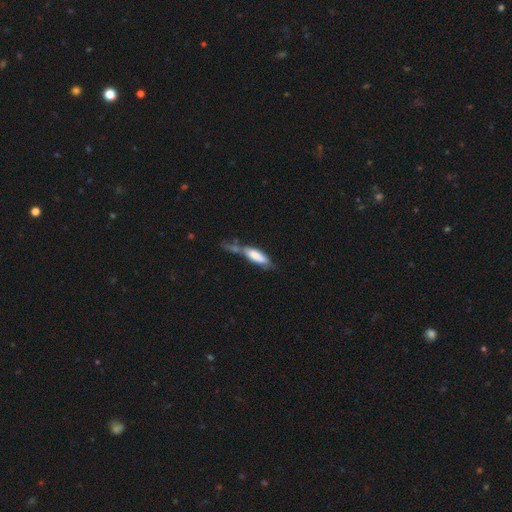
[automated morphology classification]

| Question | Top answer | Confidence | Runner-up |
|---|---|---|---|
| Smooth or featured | smooth | 66% | featured or disk (28%) |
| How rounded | cigar-shaped | 55% | in between (43%) |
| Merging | merger | 30% | none (26%) |